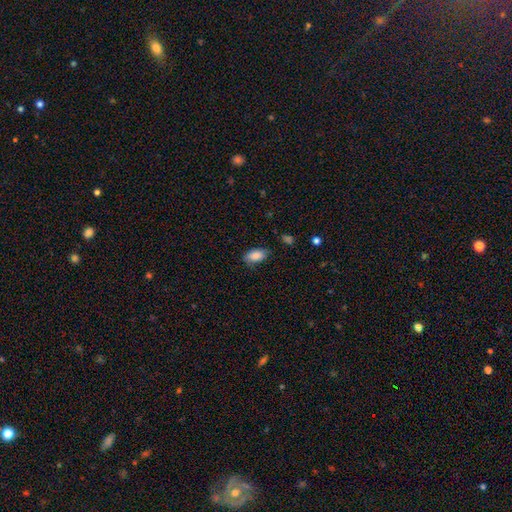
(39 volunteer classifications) smooth-or-featured: smooth: 85% | featured or disk: 8% | star or artifact: 8%
  how-rounded: in between: 91% | cigar-shaped: 6% | round: 3%
  merging: none: 61% | minor disturbance: 31% | major disturbance: 8% | merger: 0%